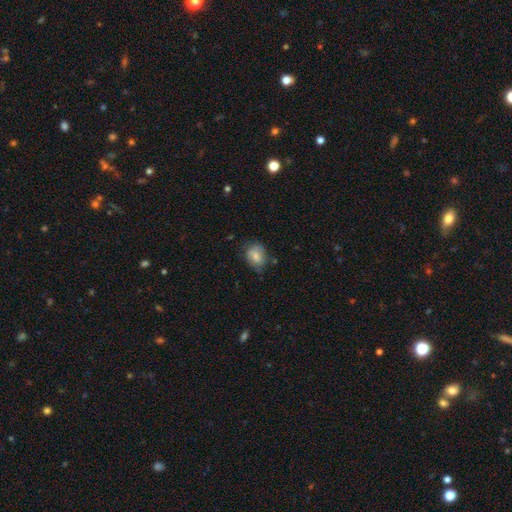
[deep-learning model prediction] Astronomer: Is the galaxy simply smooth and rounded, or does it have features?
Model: smooth — 71%.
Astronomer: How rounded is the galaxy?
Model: in between — 57% (runner-up: round, 42%).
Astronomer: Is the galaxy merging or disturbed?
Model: none — 58%.